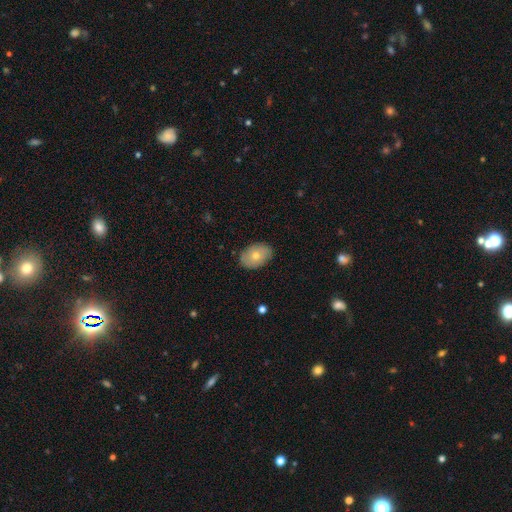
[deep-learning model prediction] Smooth or featured? smooth (72%)
How rounded? in between (83%)
Merging? none (85%)